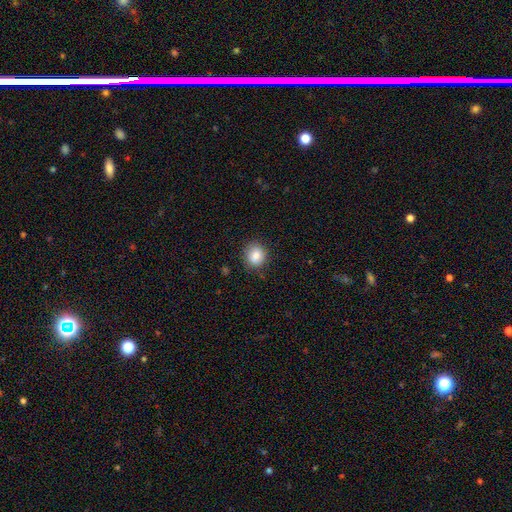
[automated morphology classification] The model was most divided on "how rounded": round: 75%, in between: 24%, cigar-shaped: 1%. More confident: merging — none (85%); smooth or featured — smooth (85%).